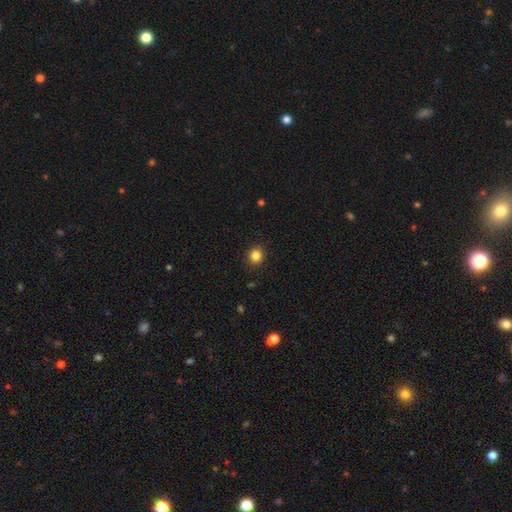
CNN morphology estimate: A smooth galaxy with no disk features (84%) that is round (90%).

Vote fractions:
- Smooth or featured? smooth: 84% / star or artifact: 11% / featured or disk: 4%
- How rounded? round: 90% / in between: 9% / cigar-shaped: 1%
- Merging? none: 92% / minor disturbance: 5% / major disturbance: 2% / merger: 1%